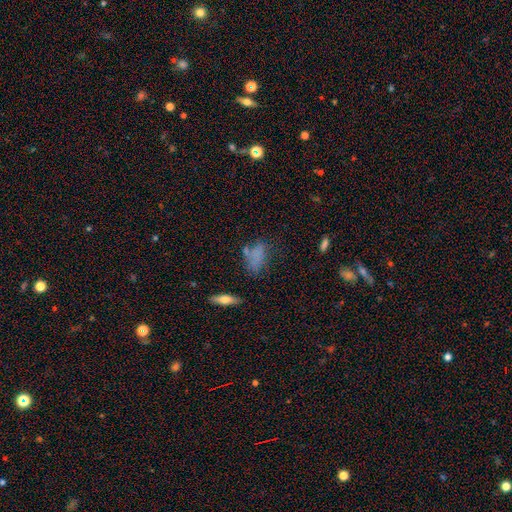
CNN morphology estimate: This is likely a smooth galaxy (66%). How rounded: clearly in between (81%). Merging: possibly none (47%).